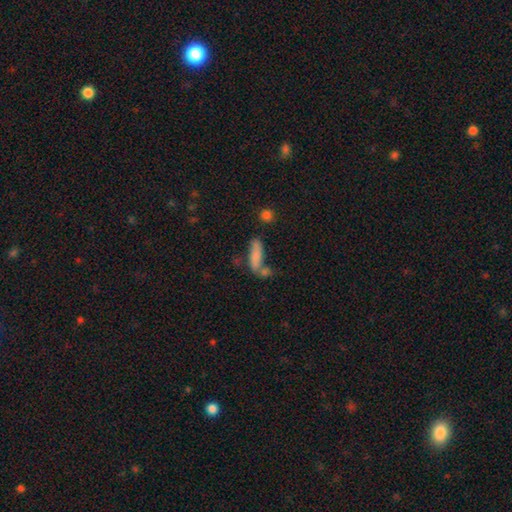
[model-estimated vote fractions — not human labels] The model was most divided on "how rounded": cigar-shaped: 50%, in between: 47%, round: 3%. Remaining: smooth or featured — smooth (74%); merging — none (42%).